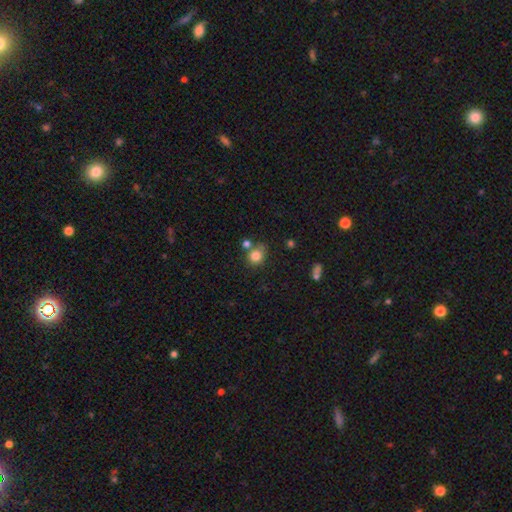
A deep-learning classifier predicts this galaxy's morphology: smooth-or-featured: smooth: 82% | star or artifact: 11% | featured or disk: 7%
  how-rounded: round: 77% | in between: 22% | cigar-shaped: 1%
  merging: none: 61% | merger: 19% | minor disturbance: 15% | major disturbance: 5%